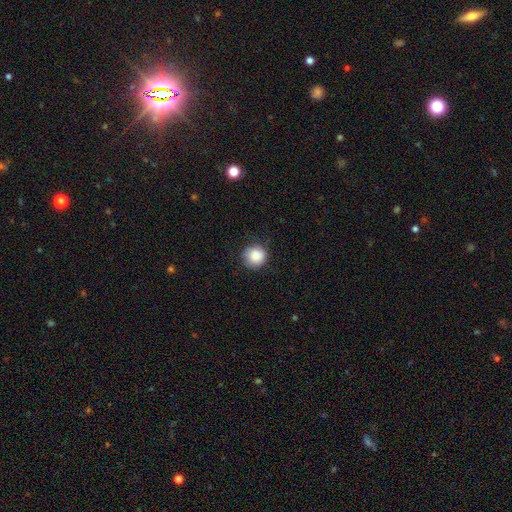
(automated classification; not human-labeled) A smooth galaxy with no disk features (87%) that is round (94%). Merging: none (83%).